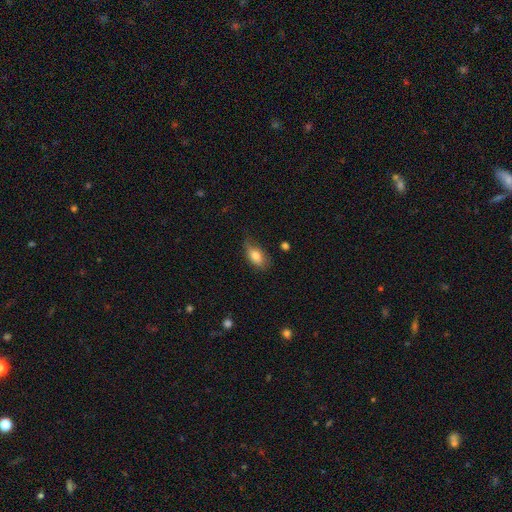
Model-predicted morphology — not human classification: This is likely a smooth galaxy (79%). How rounded: clearly in between (89%). Merging: possibly none (58%).